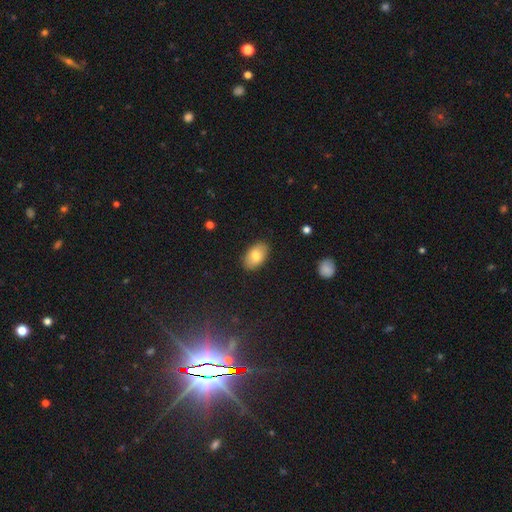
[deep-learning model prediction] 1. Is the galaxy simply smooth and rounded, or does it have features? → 77% smooth, 16% featured or disk, 7% star or artifact.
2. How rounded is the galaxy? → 92% in between, 7% round, 1% cigar-shaped.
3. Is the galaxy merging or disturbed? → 87% none, 10% minor disturbance, 2% major disturbance, 1% merger.